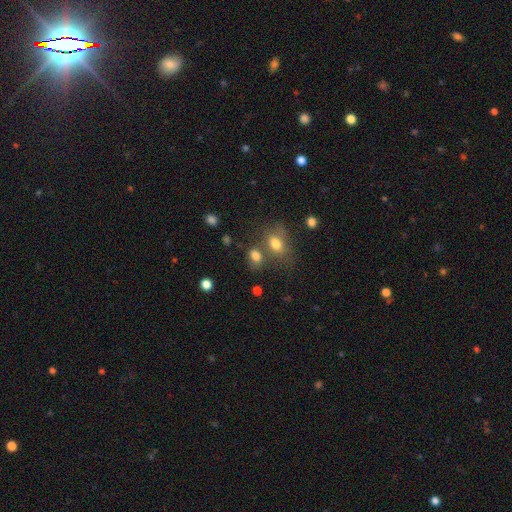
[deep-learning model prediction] A smooth galaxy with no disk features (78%) that is in between round and cigar-shaped (71%).

Vote fractions:
- Smooth or featured? smooth: 78% / star or artifact: 13% / featured or disk: 9%
- How rounded? in between: 71% / round: 27% / cigar-shaped: 2%
- Merging? none: 49% / merger: 31% / minor disturbance: 13% / major disturbance: 6%